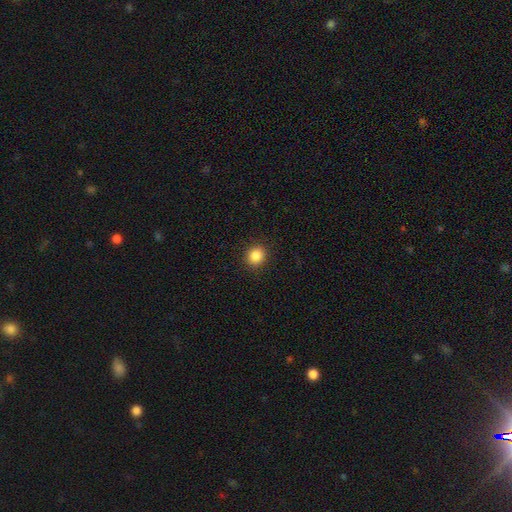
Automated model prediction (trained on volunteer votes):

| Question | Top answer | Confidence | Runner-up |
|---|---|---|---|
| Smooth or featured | smooth | 86% | star or artifact (10%) |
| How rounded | round | 82% | in between (17%) |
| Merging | none | 91% | minor disturbance (6%) |